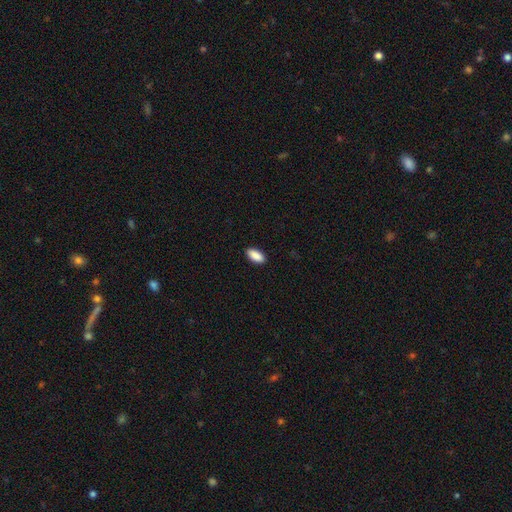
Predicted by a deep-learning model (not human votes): Smooth or featured?
  - smooth: 91% *
  - star or artifact: 6%
  - featured or disk: 3%
How rounded?
  - in between: 91% *
  - cigar-shaped: 7%
  - round: 2%
Merging?
  - none: 90% *
  - minor disturbance: 7%
  - major disturbance: 2%
  - merger: 1%